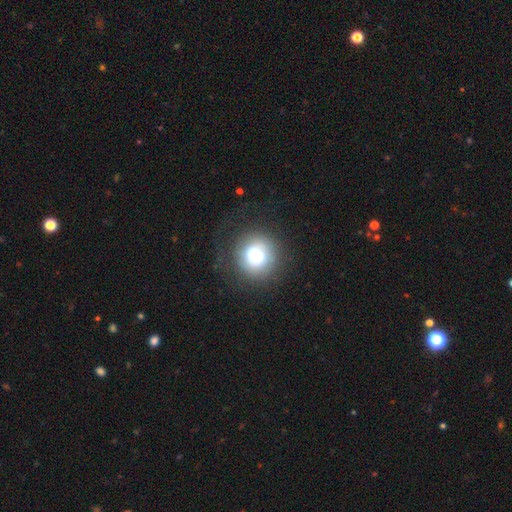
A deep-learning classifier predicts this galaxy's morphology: smooth_or_featured: smooth (p=0.69) [alt: featured or disk p=0.21]
how_rounded: round (p=0.93) [alt: in between p=0.06]
merging: none (p=0.69) [alt: minor disturbance p=0.15]